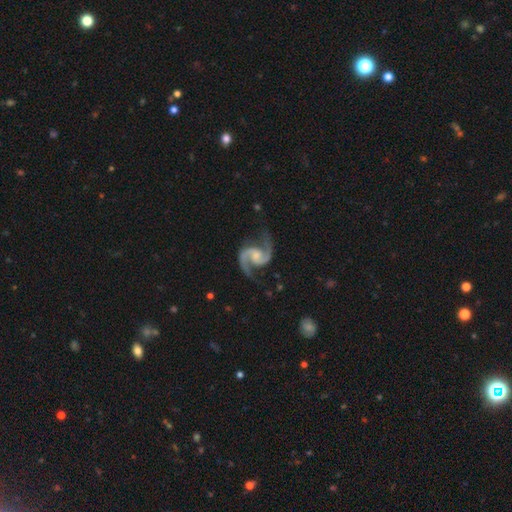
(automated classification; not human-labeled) Q: Smooth or featured?
A: featured or disk (94%); runner-up: star or artifact (4%)
Q: Edge-on disk?
A: no (98%); runner-up: yes (2%)
Q: Bar?
A: no (54%); runner-up: weak (37%)
Q: Spiral arms?
A: yes (99%); runner-up: no (1%)
Q: Spiral winding?
A: medium (62%); runner-up: loose (26%)
Q: Spiral arm count?
A: 2 (95%); runner-up: 3 (1%)
Q: Bulge size?
A: small (35%); runner-up: moderate (33%)
Q: Merging?
A: none (77%); runner-up: minor disturbance (15%)